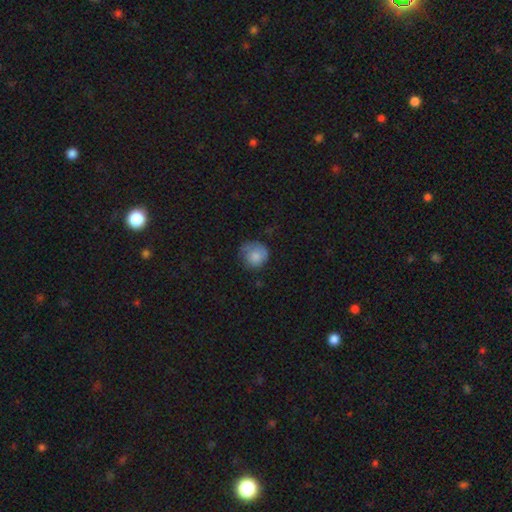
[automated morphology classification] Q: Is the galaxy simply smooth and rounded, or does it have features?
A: smooth — 78%.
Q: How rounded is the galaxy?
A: round — 81%.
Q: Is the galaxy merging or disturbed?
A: none — 50%.